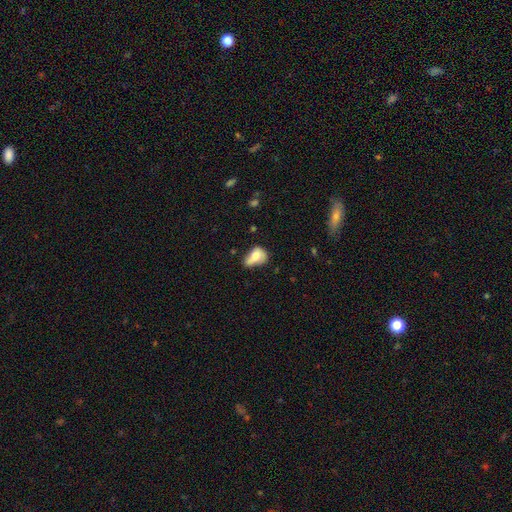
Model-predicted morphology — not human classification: Q: Smooth or featured?
A: smooth (66%); runner-up: featured or disk (25%)
Q: How rounded?
A: in between (72%); runner-up: round (26%)
Q: Merging?
A: minor disturbance (35%); runner-up: major disturbance (26%)